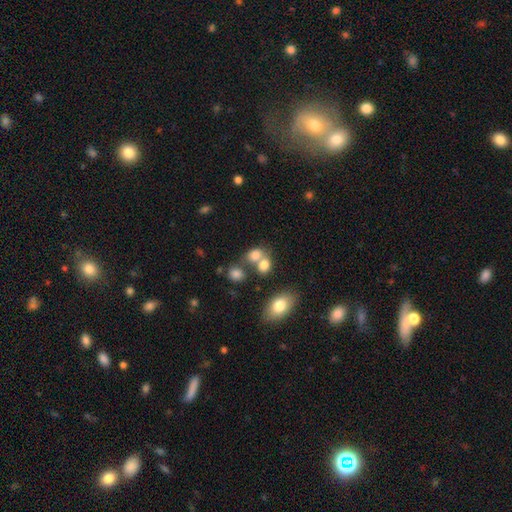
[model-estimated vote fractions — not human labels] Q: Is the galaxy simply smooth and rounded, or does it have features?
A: smooth — 77%.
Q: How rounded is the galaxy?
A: in between — 60%.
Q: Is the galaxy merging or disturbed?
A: merger — 48%.